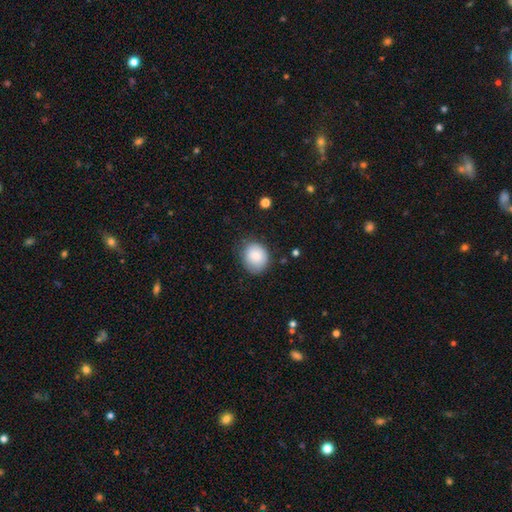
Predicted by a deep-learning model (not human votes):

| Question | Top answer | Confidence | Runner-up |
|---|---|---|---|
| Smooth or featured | smooth | 85% | star or artifact (8%) |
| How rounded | round | 70% | in between (29%) |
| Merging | none | 76% | minor disturbance (18%) |